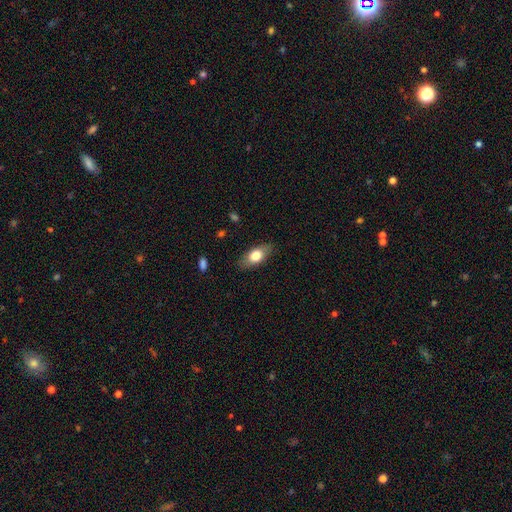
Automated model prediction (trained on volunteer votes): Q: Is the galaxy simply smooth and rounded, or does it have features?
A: smooth — 74%.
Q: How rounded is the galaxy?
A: in between — 87%.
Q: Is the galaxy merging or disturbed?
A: none — 83%.